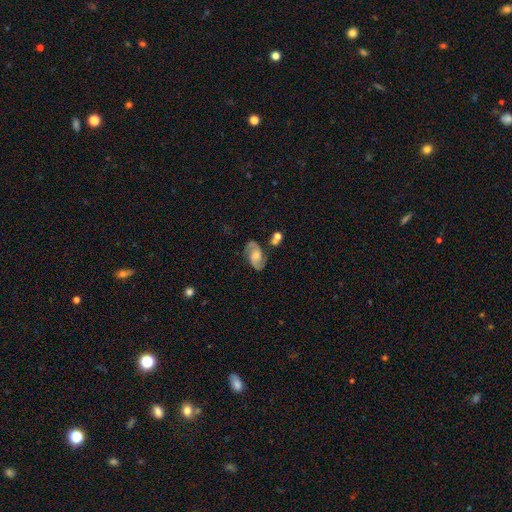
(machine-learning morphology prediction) type=featured or disk (78%); edge-on=no (97%); bar=no (57%); spiral arms=yes (94%); winding=medium (52%); arm count=2 (91%); bulge=moderate (46%); merging=none (75%).